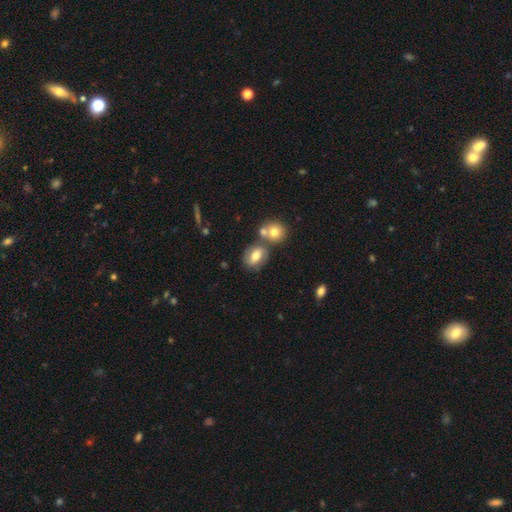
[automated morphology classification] smooth 62%, featured or disk 28%, star or artifact 10%. Down the decision tree: how rounded — in between (67%); merging — none (55%).